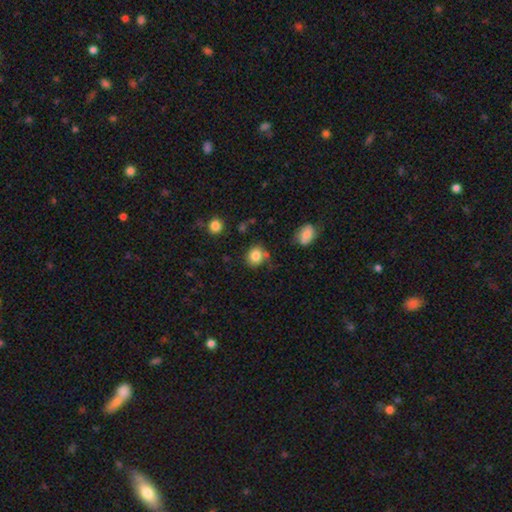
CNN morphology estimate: Smooth or featured? Predicted: smooth (p=0.82). How rounded? Predicted: round (p=0.70). Merging? Predicted: none (p=0.65).